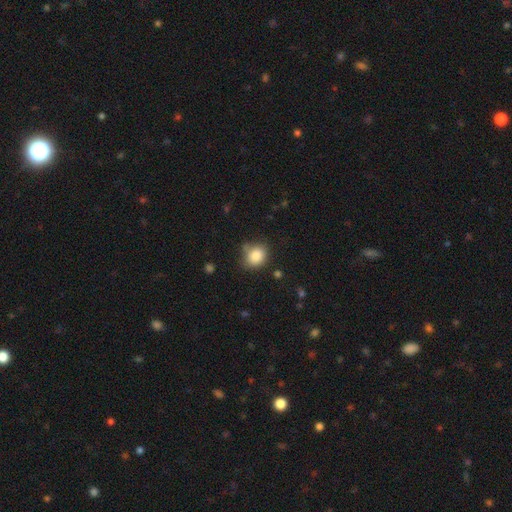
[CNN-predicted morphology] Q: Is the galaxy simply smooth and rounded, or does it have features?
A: smooth — 85%.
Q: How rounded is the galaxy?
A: round — 66%.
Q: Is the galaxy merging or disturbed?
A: none — 71%.